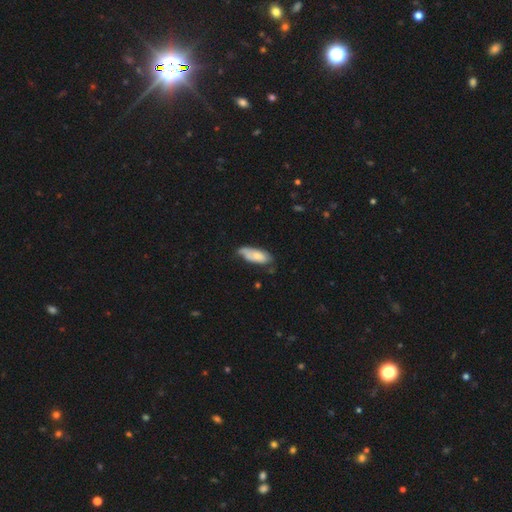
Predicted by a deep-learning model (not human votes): A smooth galaxy with no disk features (71%) that is in between round and cigar-shaped (78%).

Vote fractions:
- Smooth or featured? smooth: 71% / featured or disk: 23% / star or artifact: 6%
- How rounded? in between: 78% / cigar-shaped: 21% / round: 2%
- Merging? none: 48% / minor disturbance: 38% / major disturbance: 10% / merger: 4%